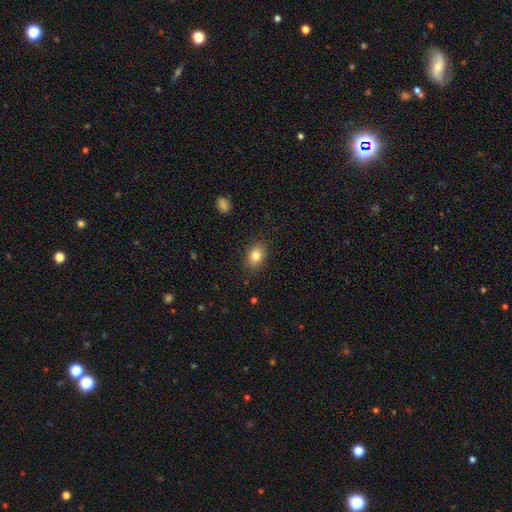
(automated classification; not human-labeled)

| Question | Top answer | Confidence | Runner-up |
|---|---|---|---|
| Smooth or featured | smooth | 81% | star or artifact (10%) |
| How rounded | in between | 72% | round (27%) |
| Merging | none | 87% | minor disturbance (9%) |